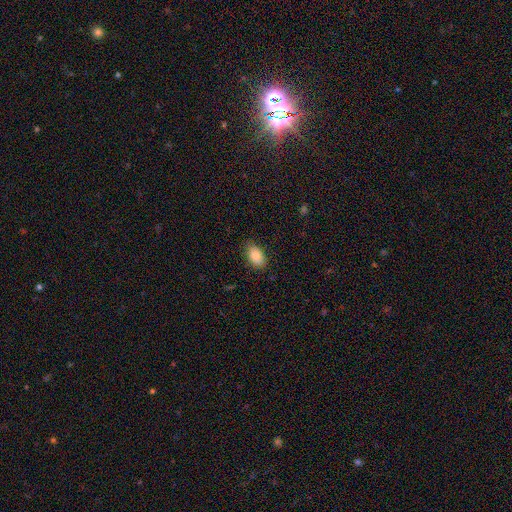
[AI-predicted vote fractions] The model was most divided on "merging": none: 83%, minor disturbance: 13%, major disturbance: 2%, merger: 1%. More confident: how rounded — in between (91%); smooth or featured — smooth (83%).